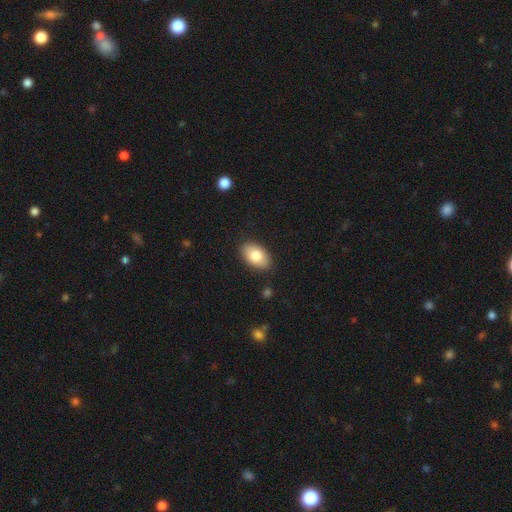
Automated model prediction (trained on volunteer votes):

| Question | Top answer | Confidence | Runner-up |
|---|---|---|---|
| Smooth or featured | smooth | 81% | featured or disk (13%) |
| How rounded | in between | 92% | round (6%) |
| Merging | none | 87% | minor disturbance (10%) |